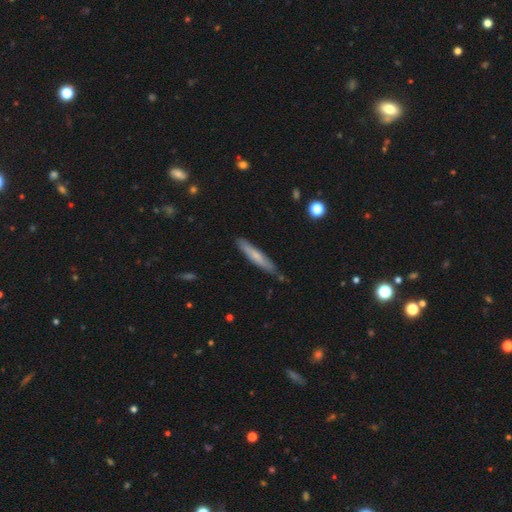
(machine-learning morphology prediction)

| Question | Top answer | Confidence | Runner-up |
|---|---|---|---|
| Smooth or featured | smooth | 62% | featured or disk (32%) |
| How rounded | cigar-shaped | 92% | in between (6%) |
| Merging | none | 80% | minor disturbance (16%) |